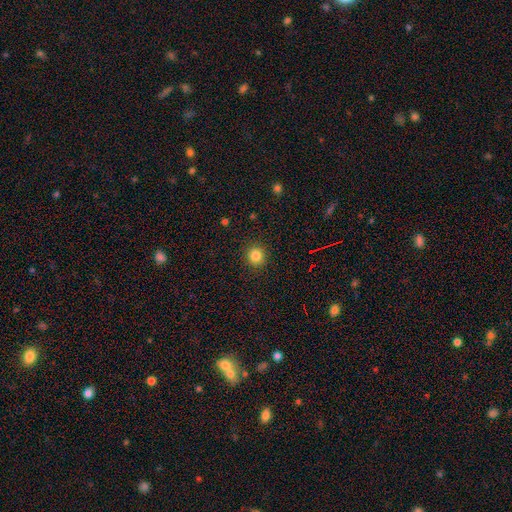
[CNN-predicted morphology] Smooth or featured?
  - smooth: 83% *
  - star or artifact: 12%
  - featured or disk: 5%
How rounded?
  - round: 90% *
  - in between: 9%
  - cigar-shaped: 1%
Merging?
  - none: 91% *
  - minor disturbance: 6%
  - major disturbance: 2%
  - merger: 1%